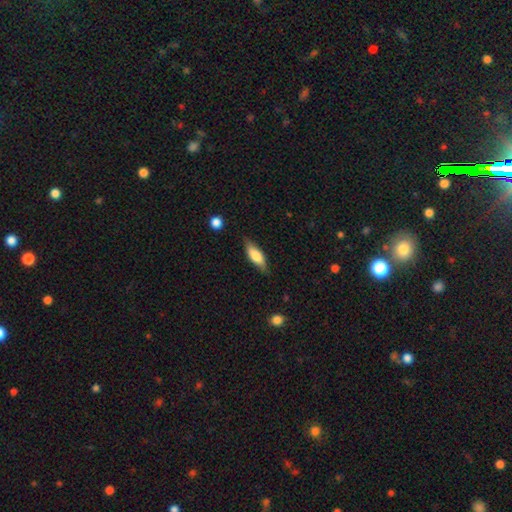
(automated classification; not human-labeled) Overall: smooth (69%). How rounded: in between (59%; cigar-shaped 39%). Merging: none (79%).